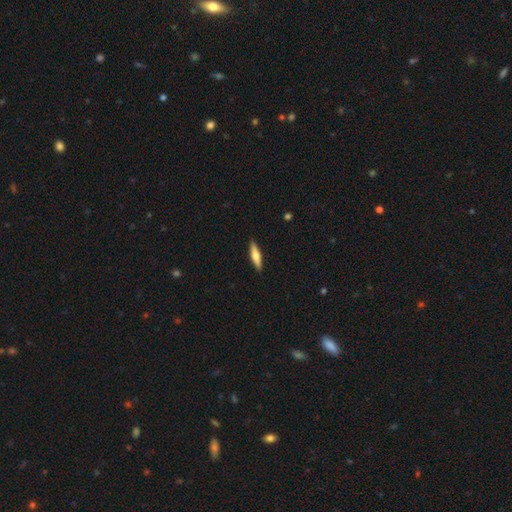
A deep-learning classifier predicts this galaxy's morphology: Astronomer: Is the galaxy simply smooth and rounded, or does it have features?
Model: smooth — 56% (runner-up: featured or disk, 38%).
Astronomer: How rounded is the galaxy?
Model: cigar-shaped — 79%.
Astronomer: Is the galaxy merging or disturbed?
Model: none — 90%.